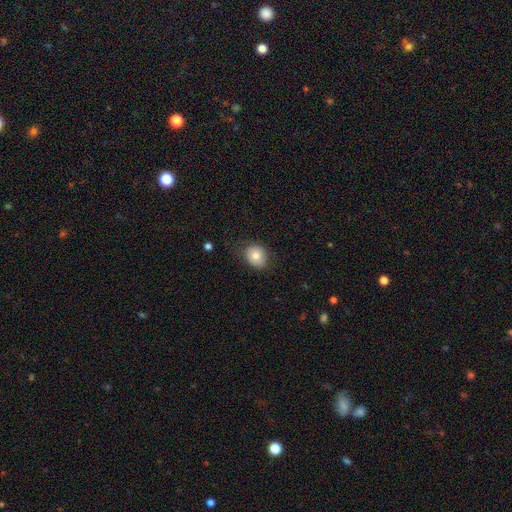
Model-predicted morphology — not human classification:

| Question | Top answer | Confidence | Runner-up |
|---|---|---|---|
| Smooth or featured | smooth | 77% | featured or disk (14%) |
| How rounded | round | 59% | in between (40%) |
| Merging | none | 79% | minor disturbance (15%) |